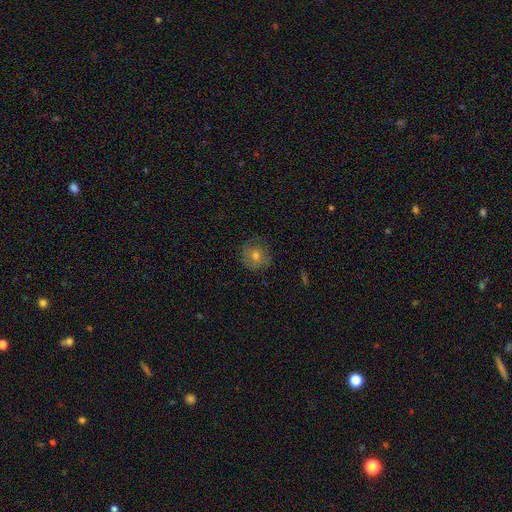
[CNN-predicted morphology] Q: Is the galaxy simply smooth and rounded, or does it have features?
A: smooth — 54%.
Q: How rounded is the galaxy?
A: round — 90%.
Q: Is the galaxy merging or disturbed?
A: none — 79%.